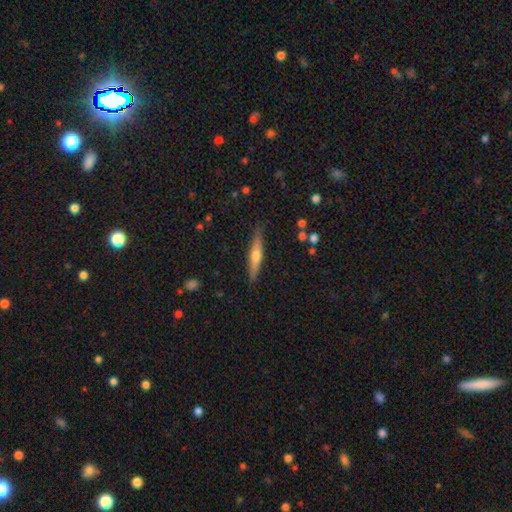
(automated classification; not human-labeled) Smooth or featured: featured or disk — 56% (smooth — 38%)
Edge-on disk: yes — 95% (no — 5%)
Edge-on bulge: rounded — 88% (none — 8%)
Merging: none — 88% (minor disturbance — 9%)